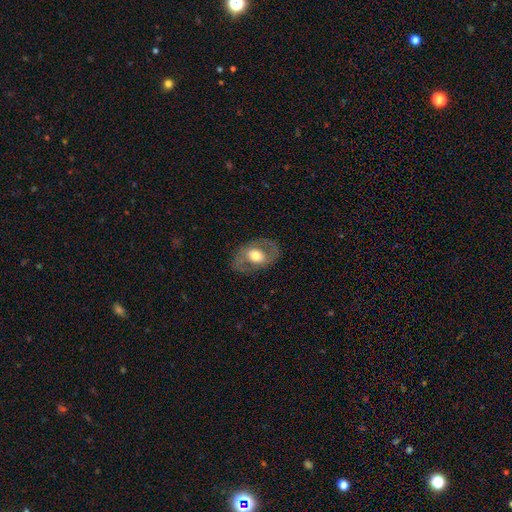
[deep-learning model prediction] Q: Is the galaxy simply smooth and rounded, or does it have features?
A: featured or disk — 60%.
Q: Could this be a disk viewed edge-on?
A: no — 93%.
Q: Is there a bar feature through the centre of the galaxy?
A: no — 59%.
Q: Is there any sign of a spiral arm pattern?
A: no — 52%.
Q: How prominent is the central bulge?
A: moderate — 60%.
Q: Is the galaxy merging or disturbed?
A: none — 76%.